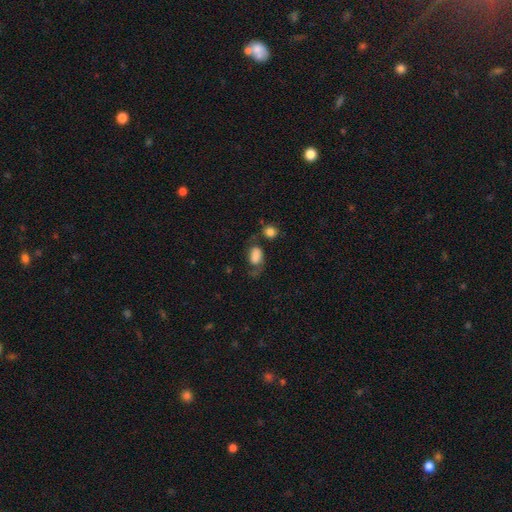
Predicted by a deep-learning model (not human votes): Smooth or featured: smooth — 71% (featured or disk — 19%)
How rounded: in between — 83% (round — 15%)
Merging: none — 41% (minor disturbance — 24%)